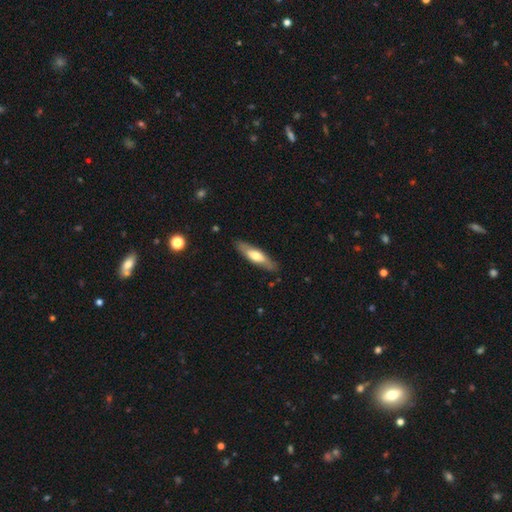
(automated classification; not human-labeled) A smooth galaxy with no disk features (52%) that is cigar-shaped (64%).

Vote fractions:
- Smooth or featured? smooth: 52% / featured or disk: 43% / star or artifact: 5%
- How rounded? cigar-shaped: 64% / in between: 34% / round: 2%
- Merging? none: 84% / minor disturbance: 12% / major disturbance: 3% / merger: 1%